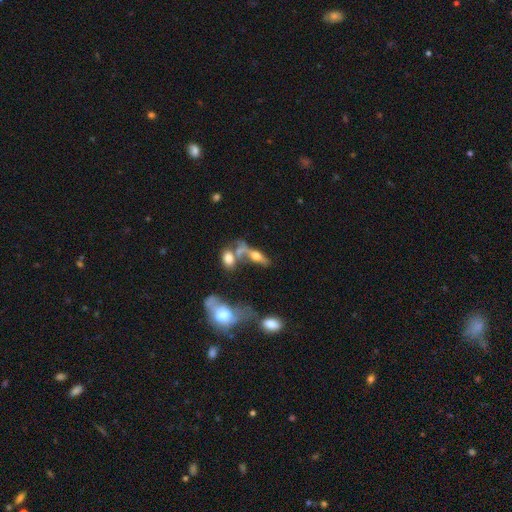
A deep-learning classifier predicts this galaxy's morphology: The model was most divided on "smooth or featured": featured or disk: 47%, smooth: 41%, star or artifact: 12%. Remaining: merging — none (41%).